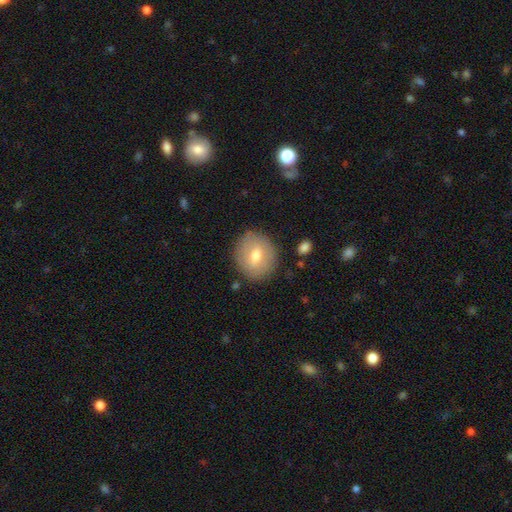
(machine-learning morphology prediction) Smooth or featured?
  - smooth: 61% *
  - featured or disk: 31%
  - star or artifact: 8%
How rounded?
  - round: 76% *
  - in between: 23%
  - cigar-shaped: 1%
Merging?
  - none: 84% *
  - minor disturbance: 12%
  - major disturbance: 3%
  - merger: 2%